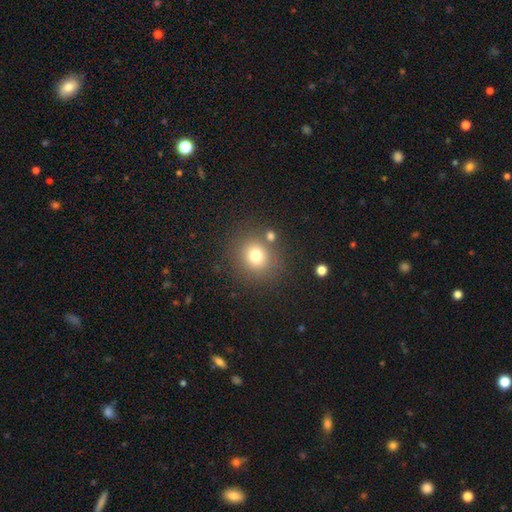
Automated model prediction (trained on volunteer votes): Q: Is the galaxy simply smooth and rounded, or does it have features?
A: smooth — 75%.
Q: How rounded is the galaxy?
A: round — 86%.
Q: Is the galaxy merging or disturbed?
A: none — 78%.